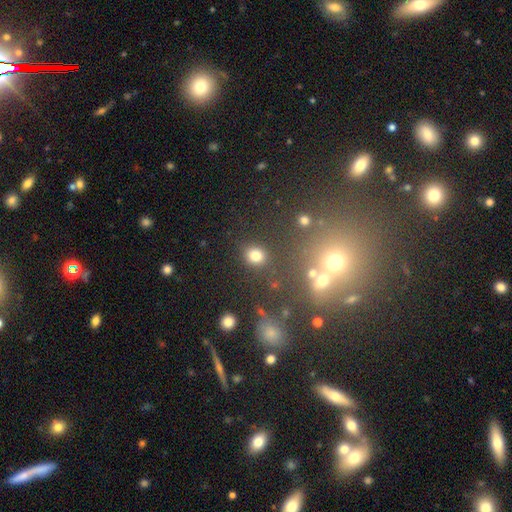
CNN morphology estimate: Smooth or featured? Predicted: smooth (p=0.79). How rounded? Predicted: round (p=0.68). Merging? Predicted: none (p=0.80).